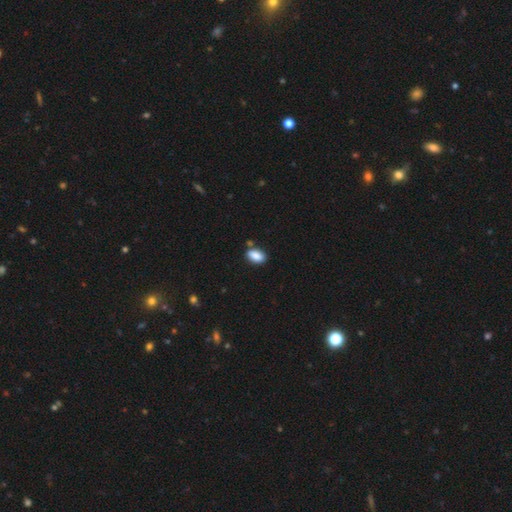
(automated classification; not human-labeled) A smooth galaxy with no disk features (87%) that is in between round and cigar-shaped (90%).

Vote fractions:
- Smooth or featured? smooth: 87% / star or artifact: 8% / featured or disk: 5%
- How rounded? in between: 90% / round: 6% / cigar-shaped: 4%
- Merging? none: 76% / minor disturbance: 14% / merger: 7% / major disturbance: 3%